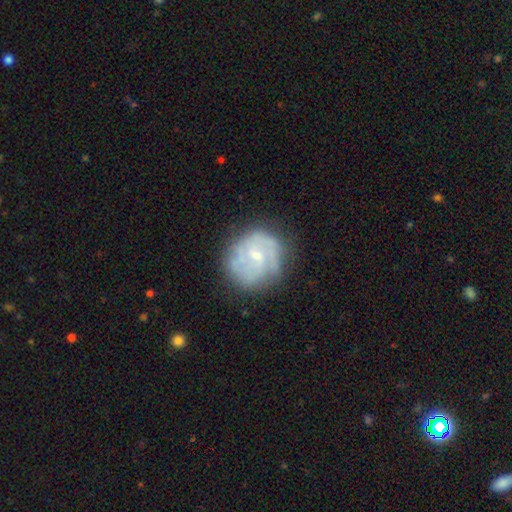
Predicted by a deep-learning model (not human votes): Smooth or featured? Predicted: featured or disk (p=0.68). Edge-on disk? Predicted: no (p=0.98). Bar? Predicted: no (p=0.65). Spiral arms? Predicted: yes (p=0.80). Spiral winding? Predicted: tight (p=0.48). Spiral arm count? Predicted: can't tell (p=0.42). Bulge size? Predicted: small (p=0.68). Merging? Predicted: none (p=0.68).